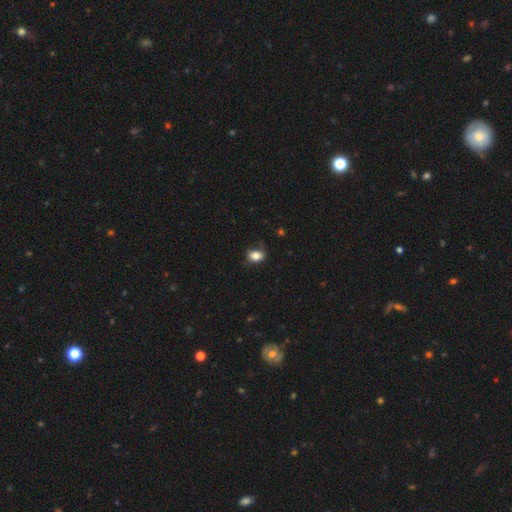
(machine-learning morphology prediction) This appears to be a smooth galaxy with no disk features (82%) that is in between round and cigar-shaped (68%). Merging: none (70%).